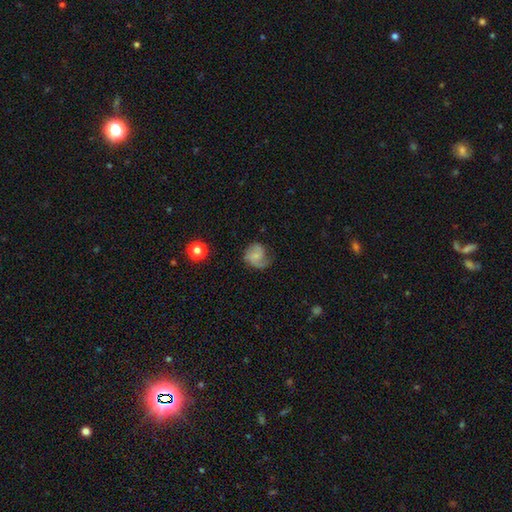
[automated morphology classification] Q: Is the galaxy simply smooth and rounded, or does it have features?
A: featured or disk — 57%.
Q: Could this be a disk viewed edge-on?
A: no — 98%.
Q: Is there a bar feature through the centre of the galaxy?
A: no — 67%.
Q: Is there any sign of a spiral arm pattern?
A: yes — 90%.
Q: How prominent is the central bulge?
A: small — 58%.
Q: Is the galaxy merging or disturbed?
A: none — 55%.